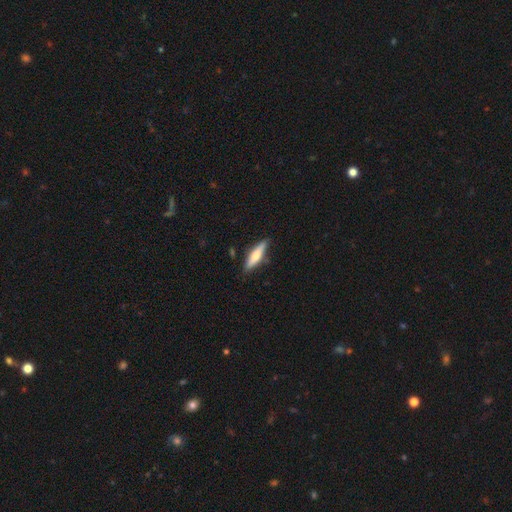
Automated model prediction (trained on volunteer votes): A smooth galaxy with no disk features (59%) that is cigar-shaped (73%). Merging: none (81%).